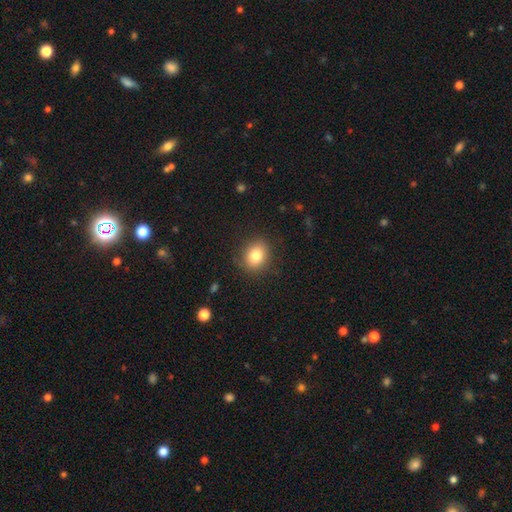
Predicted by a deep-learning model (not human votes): A smooth galaxy with no disk features (82%) that is round (61%).

Vote fractions:
- Smooth or featured? smooth: 82% / star or artifact: 10% / featured or disk: 7%
- How rounded? round: 61% / in between: 38% / cigar-shaped: 1%
- Merging? none: 87% / minor disturbance: 9% / major disturbance: 3% / merger: 1%